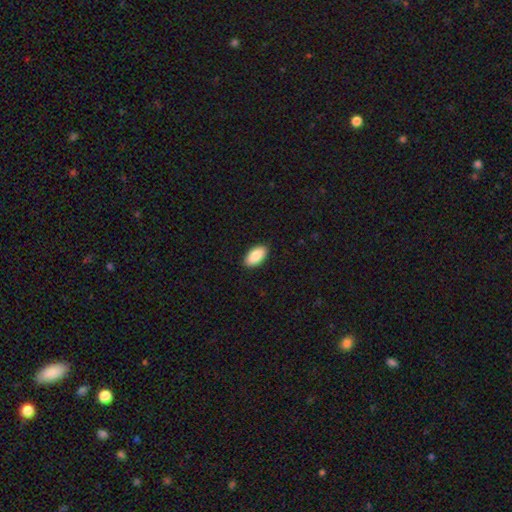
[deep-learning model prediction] Q: Smooth or featured?
A: smooth (88%); runner-up: star or artifact (6%)
Q: How rounded?
A: in between (95%); runner-up: round (3%)
Q: Merging?
A: none (91%); runner-up: minor disturbance (7%)